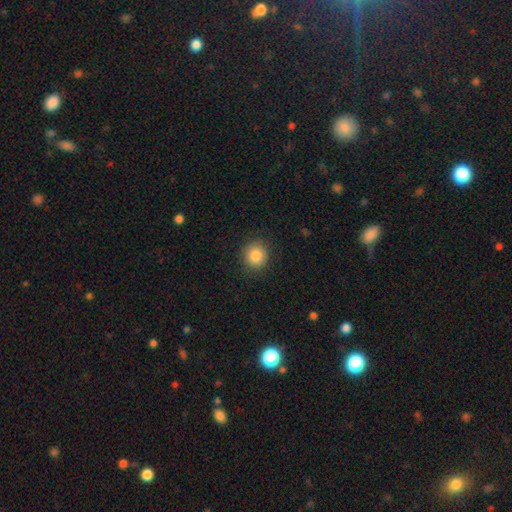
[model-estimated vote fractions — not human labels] smooth 84%, star or artifact 10%, featured or disk 6%. Down the decision tree: how rounded — round (87%); merging — none (89%).